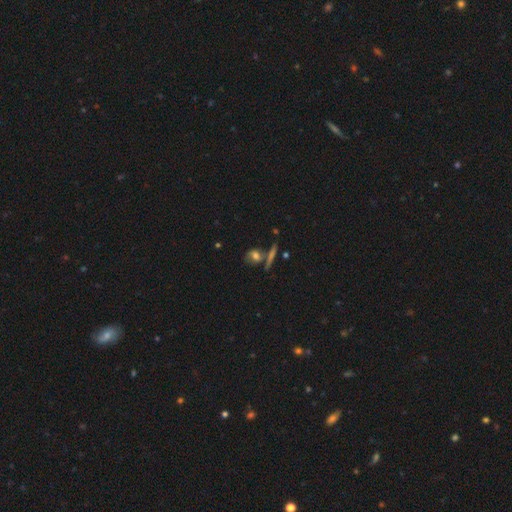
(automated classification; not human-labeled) Smooth or featured? Predicted: smooth (p=0.58). How rounded? Predicted: round (p=0.45). Merging? Predicted: none (p=0.57).